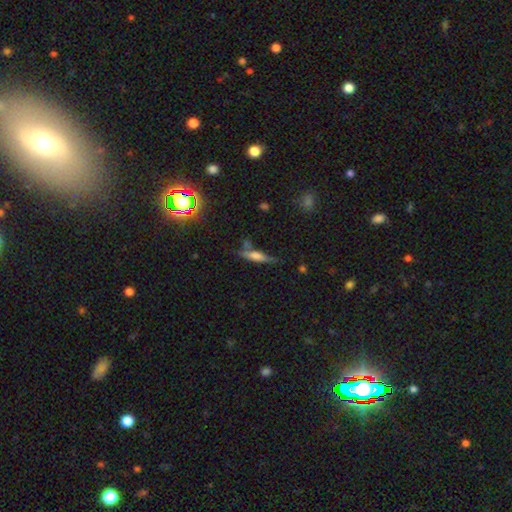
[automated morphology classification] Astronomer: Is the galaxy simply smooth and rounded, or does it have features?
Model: smooth — 49% (runner-up: featured or disk, 41%).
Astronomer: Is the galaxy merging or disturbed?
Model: none — 63%.